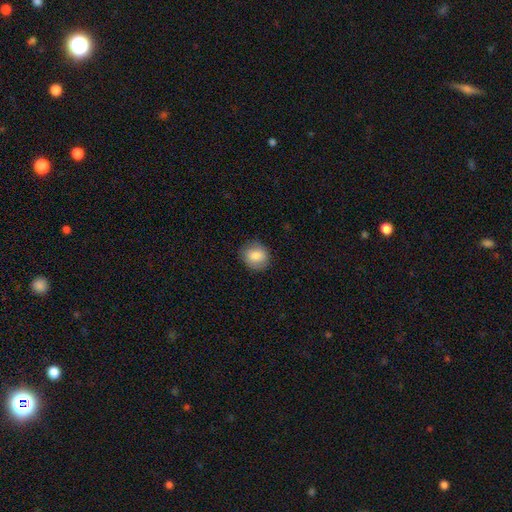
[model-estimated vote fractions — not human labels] Smooth or featured? Predicted: smooth (p=0.83). How rounded? Predicted: round (p=0.77). Merging? Predicted: none (p=0.83).